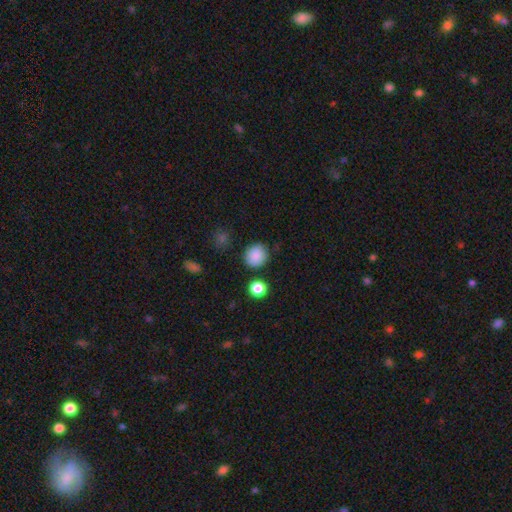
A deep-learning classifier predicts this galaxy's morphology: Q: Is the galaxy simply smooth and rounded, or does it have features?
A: smooth — 87%.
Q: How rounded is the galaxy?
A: round — 84%.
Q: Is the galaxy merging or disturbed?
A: none — 83%.